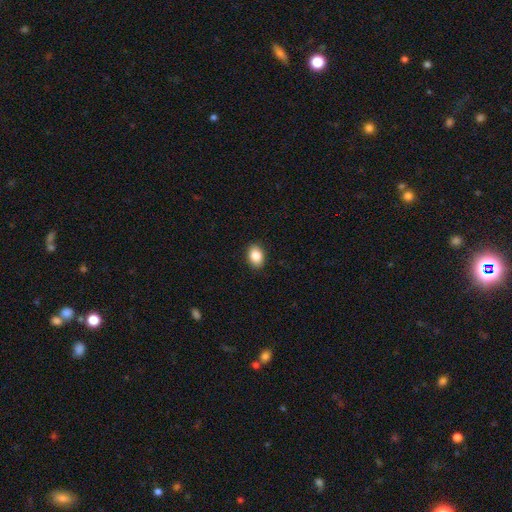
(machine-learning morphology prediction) A smooth galaxy with no disk features (86%) that is in between round and cigar-shaped (78%).

Vote fractions:
- Smooth or featured? smooth: 86% / star or artifact: 8% / featured or disk: 6%
- How rounded? in between: 78% / round: 21% / cigar-shaped: 1%
- Merging? none: 90% / minor disturbance: 8% / major disturbance: 2% / merger: 1%